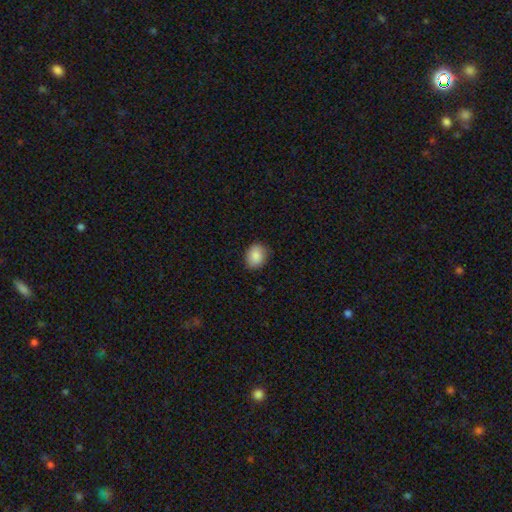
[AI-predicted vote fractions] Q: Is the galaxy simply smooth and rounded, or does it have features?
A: smooth — 88%.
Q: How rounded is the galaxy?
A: round — 53%.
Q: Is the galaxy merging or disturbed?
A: none — 84%.